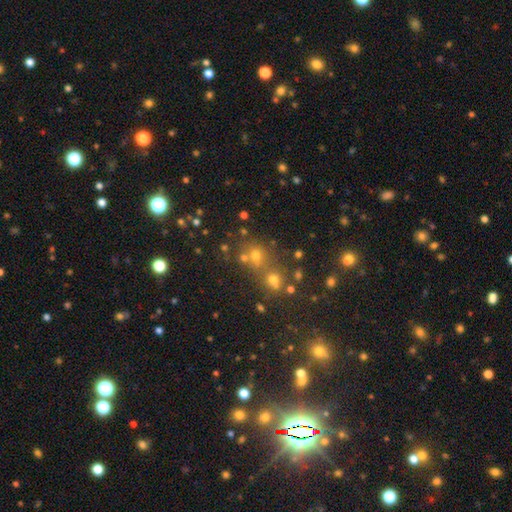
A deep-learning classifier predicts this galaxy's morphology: Q: Smooth or featured?
A: smooth (60%); runner-up: star or artifact (27%)
Q: How rounded?
A: round (78%); runner-up: in between (21%)
Q: Merging?
A: none (52%); runner-up: merger (34%)